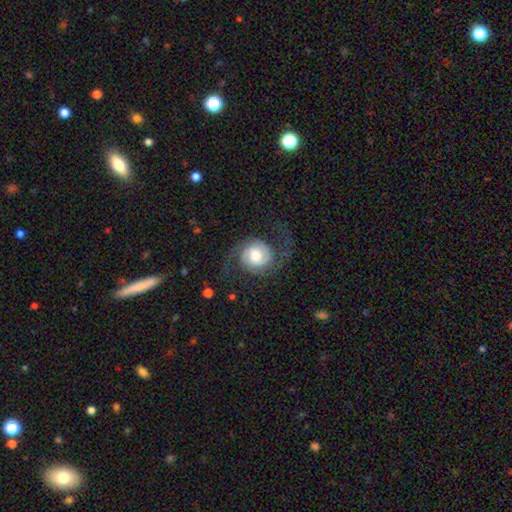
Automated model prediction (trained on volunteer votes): Smooth or featured? Predicted: featured or disk (p=0.74). Edge-on disk? Predicted: no (p=0.98). Bar? Predicted: no (p=0.54). Spiral arms? Predicted: yes (p=0.94). Spiral winding? Predicted: medium (p=0.43). Spiral arm count? Predicted: 2 (p=0.88). Bulge size? Predicted: moderate (p=0.54). Merging? Predicted: none (p=0.64).